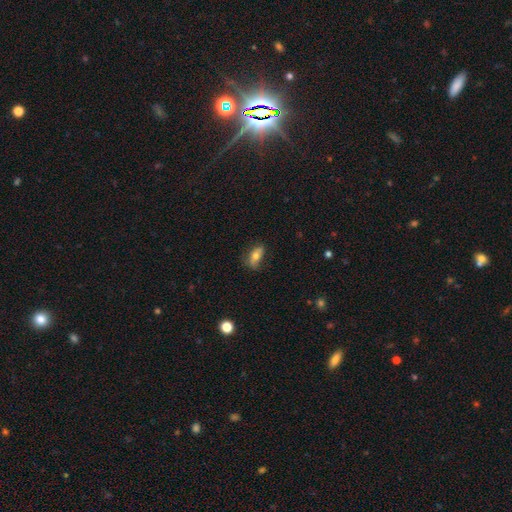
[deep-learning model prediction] Overall: smooth (68%). How rounded: in between (82%). Merging: none (62%; minor disturbance 27%).